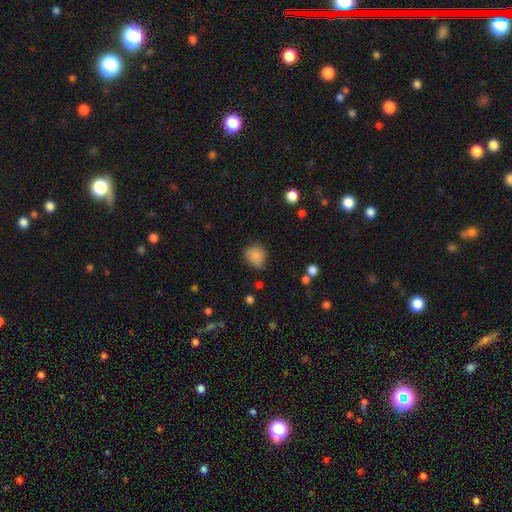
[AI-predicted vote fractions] Smooth or featured: smooth — 84% (star or artifact — 10%)
How rounded: round — 74% (in between — 25%)
Merging: none — 68% (minor disturbance — 25%)